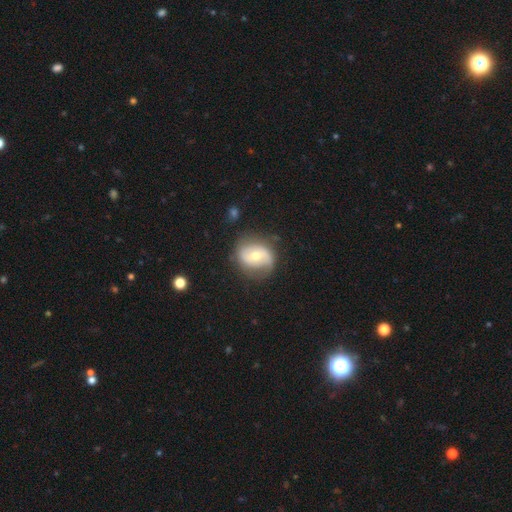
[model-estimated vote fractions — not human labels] Smooth or featured? Predicted: featured or disk (p=0.63). Edge-on disk? Predicted: no (p=0.97). Bar? Predicted: no (p=0.50). Spiral arms? Predicted: yes (p=0.80). Bulge size? Predicted: moderate (p=0.65). Merging? Predicted: none (p=0.67).